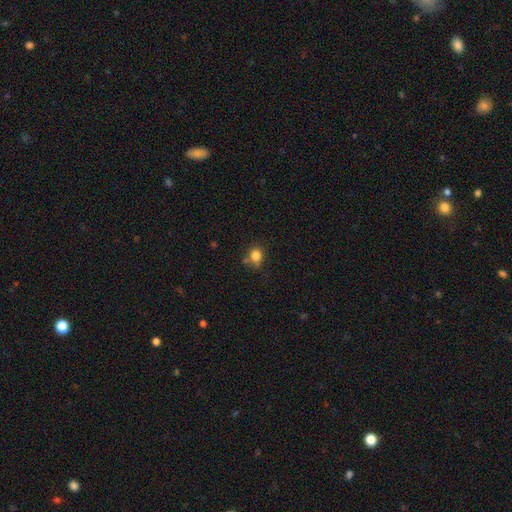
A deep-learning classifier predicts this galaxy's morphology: type=smooth (81%); roundness=round (69%); merging=none (63%).